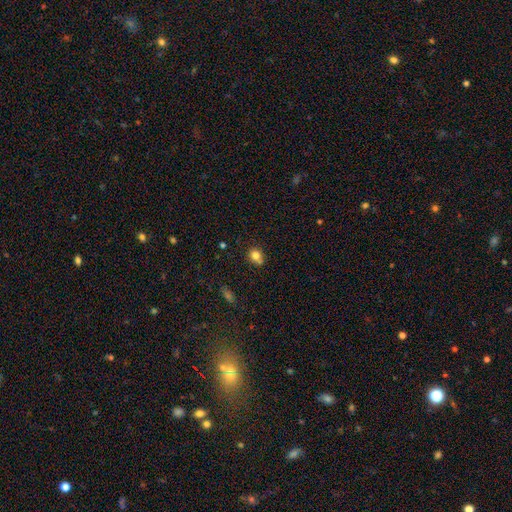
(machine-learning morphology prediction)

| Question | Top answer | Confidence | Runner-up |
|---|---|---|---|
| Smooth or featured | smooth | 80% | star or artifact (11%) |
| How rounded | round | 61% | in between (38%) |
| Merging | none | 63% | minor disturbance (23%) |